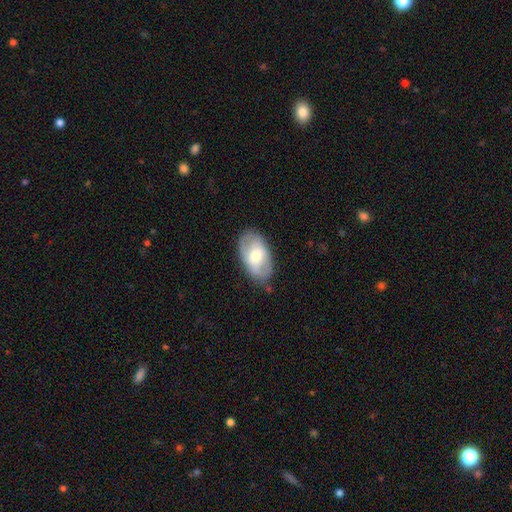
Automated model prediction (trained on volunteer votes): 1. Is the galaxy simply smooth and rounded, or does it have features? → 48% featured or disk, 46% smooth, 6% star or artifact.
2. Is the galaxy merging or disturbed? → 78% none, 16% minor disturbance, 4% major disturbance, 1% merger.